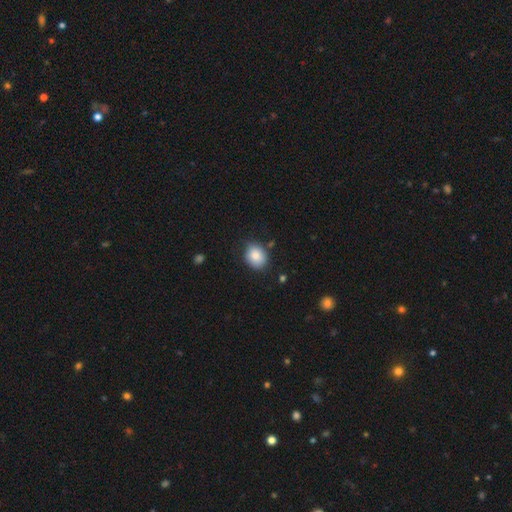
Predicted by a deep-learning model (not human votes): smooth_or_featured: smooth (p=0.85) [alt: star or artifact p=0.08]
how_rounded: round (p=0.57) [alt: in between p=0.42]
merging: none (p=0.76) [alt: minor disturbance p=0.17]